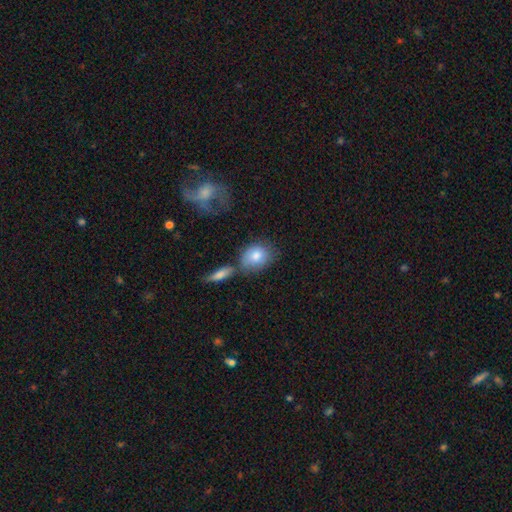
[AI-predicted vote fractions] Smooth or featured? smooth (79%)
How rounded? in between (59%)
Merging? none (48%)